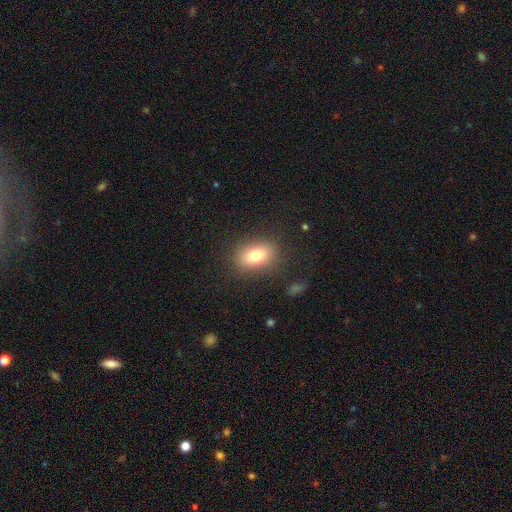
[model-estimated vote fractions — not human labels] smooth 78%, featured or disk 12%, star or artifact 10%. Down the decision tree: how rounded — in between (76%); merging — none (84%).